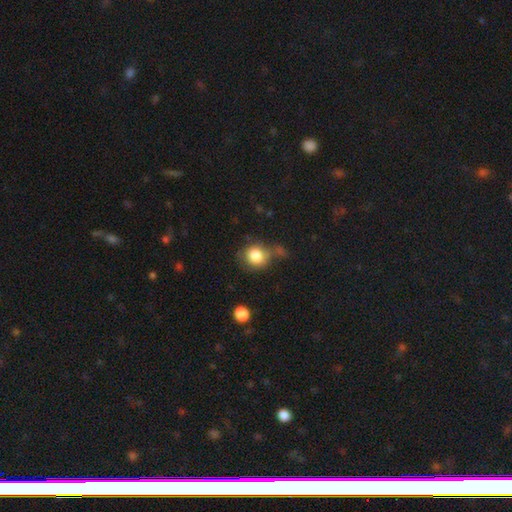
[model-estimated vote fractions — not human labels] Smooth or featured: smooth — 82% (star or artifact — 9%)
How rounded: round — 81% (in between — 18%)
Merging: none — 57% (minor disturbance — 21%)